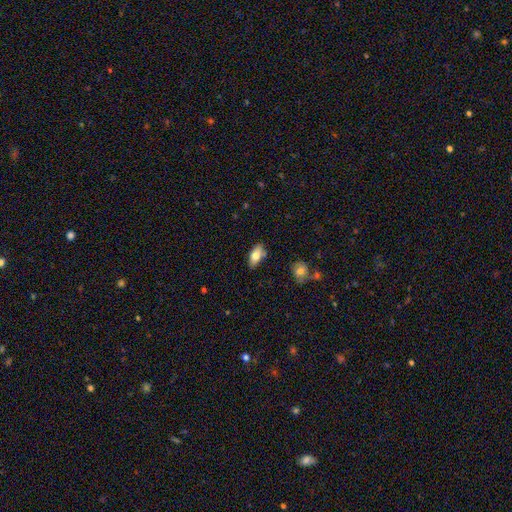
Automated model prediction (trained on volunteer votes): smooth 73%, featured or disk 20%, star or artifact 7%. Down the decision tree: how rounded — in between (86%); merging — none (78%).